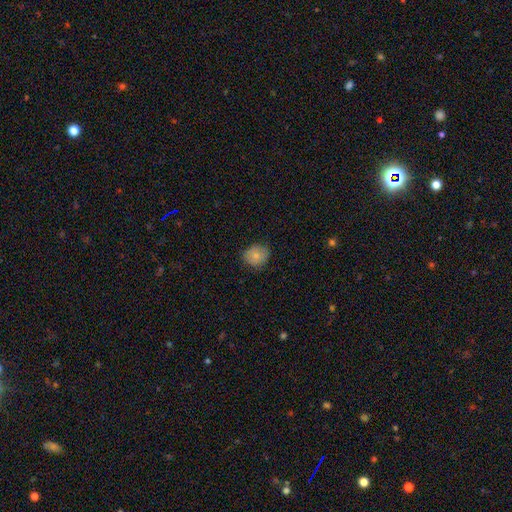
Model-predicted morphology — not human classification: smooth 81%, featured or disk 11%, star or artifact 8%. Down the decision tree: how rounded — round (68%); merging — none (74%).